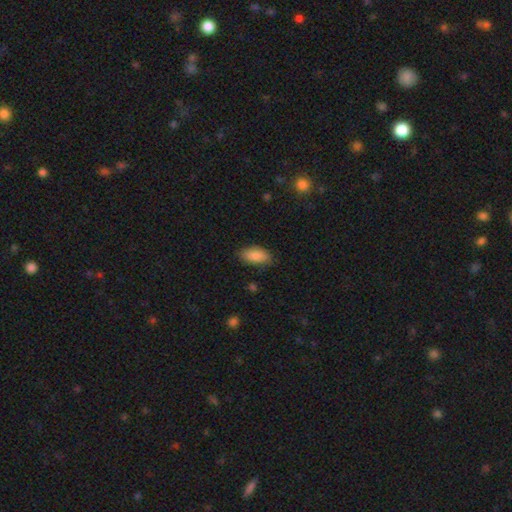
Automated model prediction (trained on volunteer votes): This is clearly a smooth galaxy (86%). How rounded: clearly in between (90%). Merging: clearly none (83%).